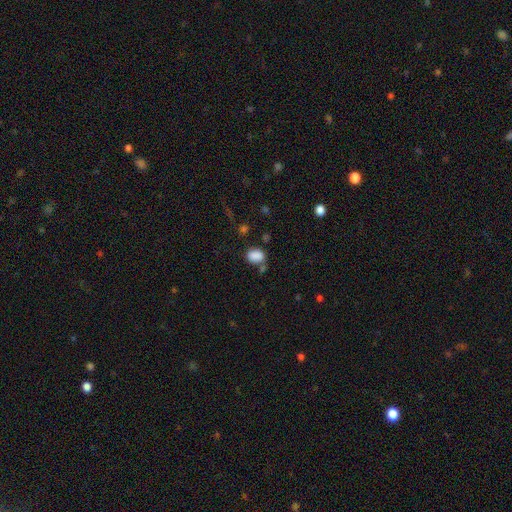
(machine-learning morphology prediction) smooth-or-featured: smooth: 85% | star or artifact: 10% | featured or disk: 4%
  how-rounded: in between: 74% | round: 25% | cigar-shaped: 1%
  merging: none: 63% | minor disturbance: 16% | merger: 15% | major disturbance: 6%